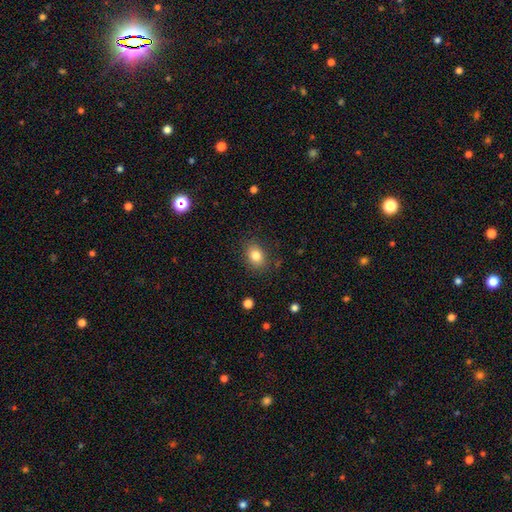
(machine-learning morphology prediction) This is clearly a smooth galaxy (82%). How rounded: likely in between (62%). Merging: clearly none (84%).